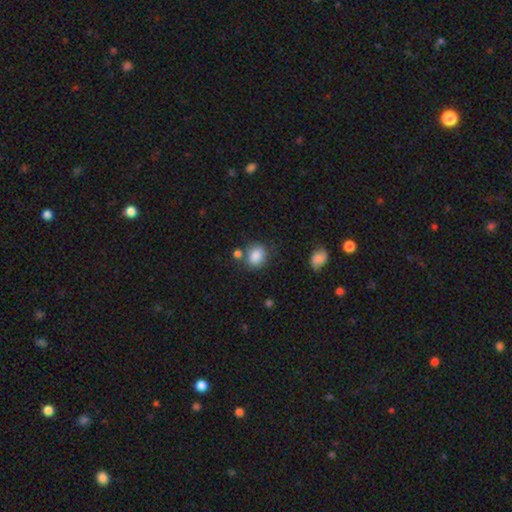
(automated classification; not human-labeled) This is clearly a smooth galaxy (85%). How rounded: possibly round (53%). Merging: likely none (65%).